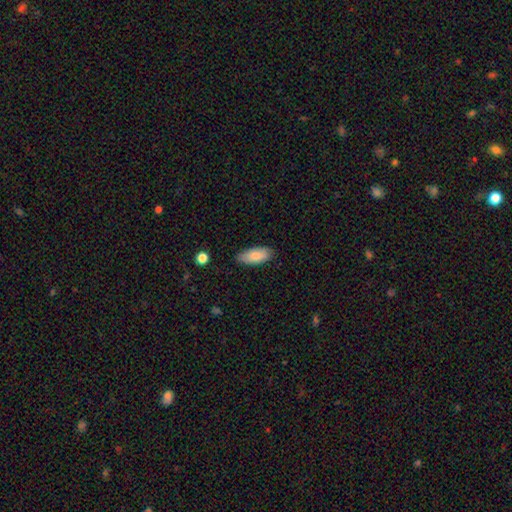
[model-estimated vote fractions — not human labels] This is clearly a smooth galaxy (84%). How rounded: clearly in between (84%). Merging: clearly none (84%).